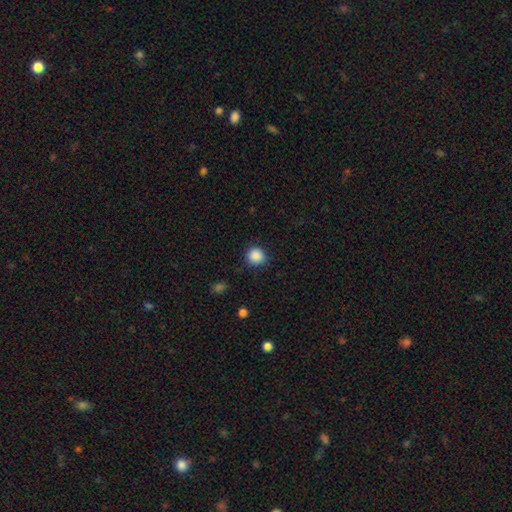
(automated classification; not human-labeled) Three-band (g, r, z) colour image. It shows a smooth galaxy with no disk features (88%) that is round (91%). Merging: none (87%).